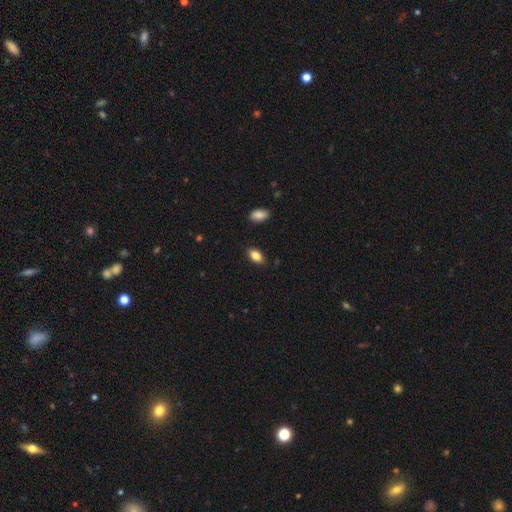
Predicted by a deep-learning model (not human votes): smooth 85%, star or artifact 8%, featured or disk 7%. Down the decision tree: how rounded — in between (90%); merging — none (87%).